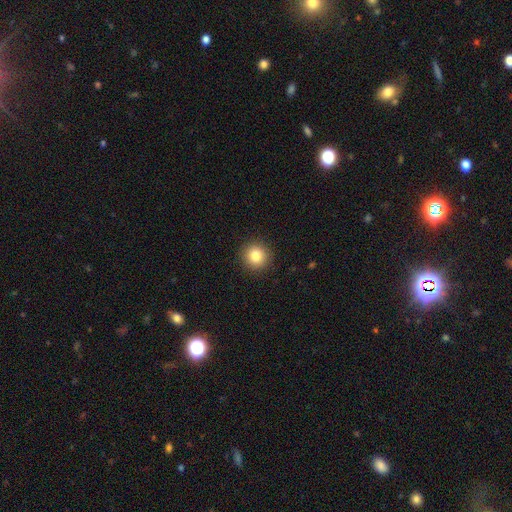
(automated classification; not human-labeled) smooth 83%, star or artifact 10%, featured or disk 6%. Down the decision tree: how rounded — round (93%); merging — none (92%).